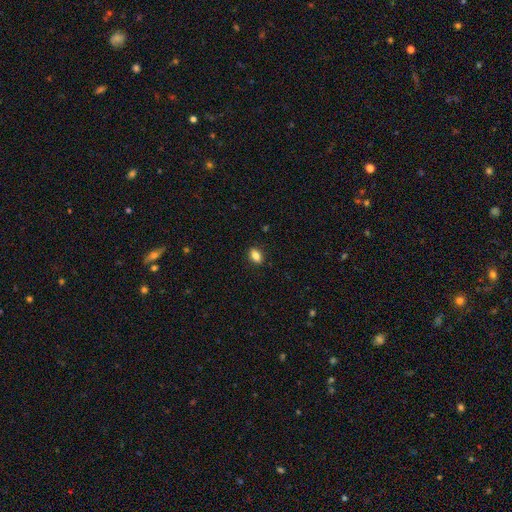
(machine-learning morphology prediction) This appears to be a smooth galaxy with no disk features (84%) that is in between round and cigar-shaped (82%). Merging: none (89%).